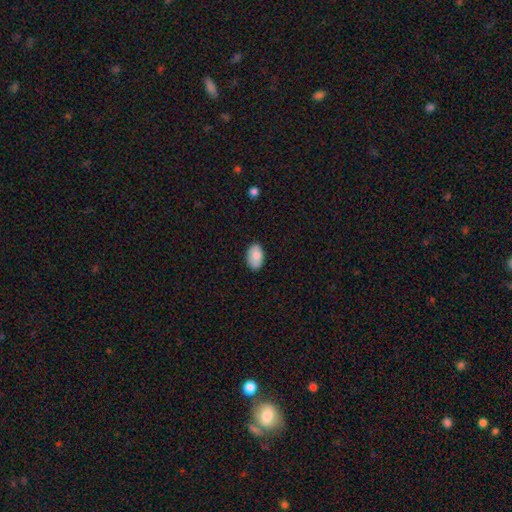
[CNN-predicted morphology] This appears to be a smooth galaxy with no disk features (86%) that is in between round and cigar-shaped (93%). Merging: none (83%).